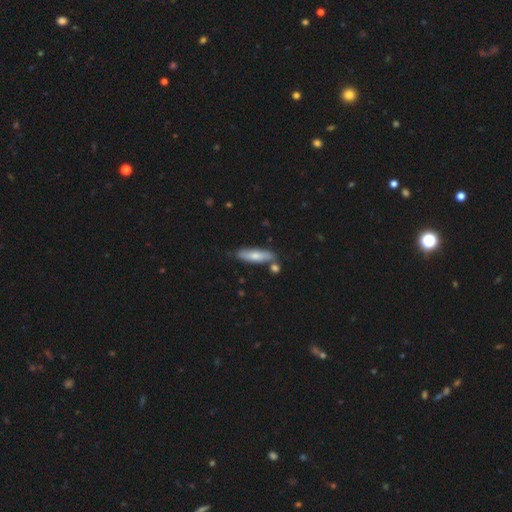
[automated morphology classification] smooth 68%, featured or disk 27%, star or artifact 6%. Down the decision tree: how rounded — cigar-shaped (63%); merging — none (73%).